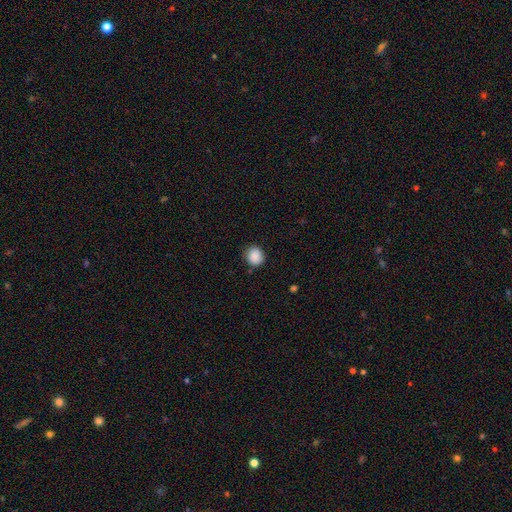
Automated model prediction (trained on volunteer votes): Overall: smooth (88%). How rounded: round (85%). Merging: none (83%).